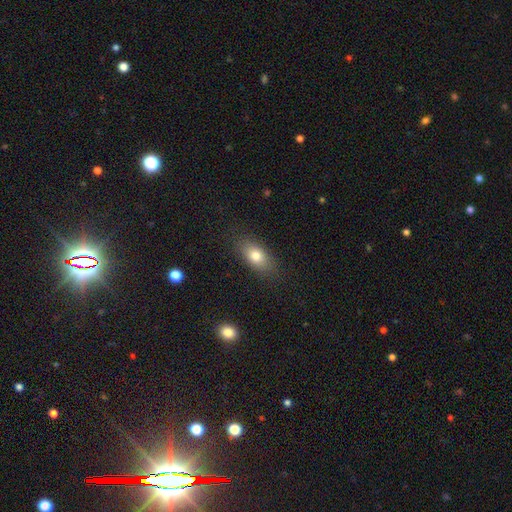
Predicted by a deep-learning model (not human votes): This appears to be a smooth galaxy with no disk features (78%) that is in between round and cigar-shaped (86%). Merging: none (84%).